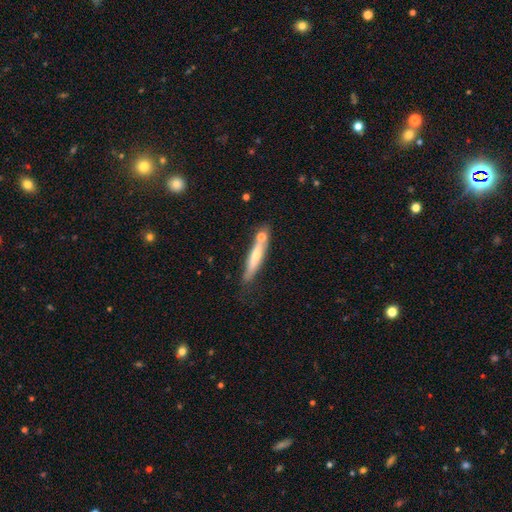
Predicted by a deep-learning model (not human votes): Smooth or featured?
  - smooth: 56% *
  - featured or disk: 38%
  - star or artifact: 6%
How rounded?
  - cigar-shaped: 88% *
  - in between: 10%
  - round: 2%
Merging?
  - none: 61% *
  - merger: 18%
  - minor disturbance: 17%
  - major disturbance: 4%